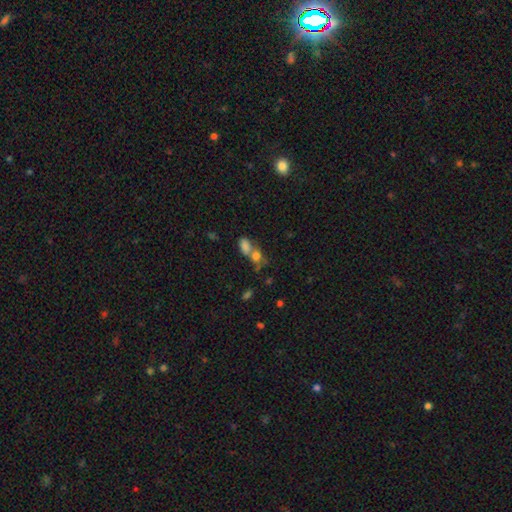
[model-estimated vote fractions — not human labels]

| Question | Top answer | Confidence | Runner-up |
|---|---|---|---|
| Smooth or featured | smooth | 72% | star or artifact (14%) |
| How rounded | in between | 65% | round (31%) |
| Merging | merger | 58% | none (27%) |